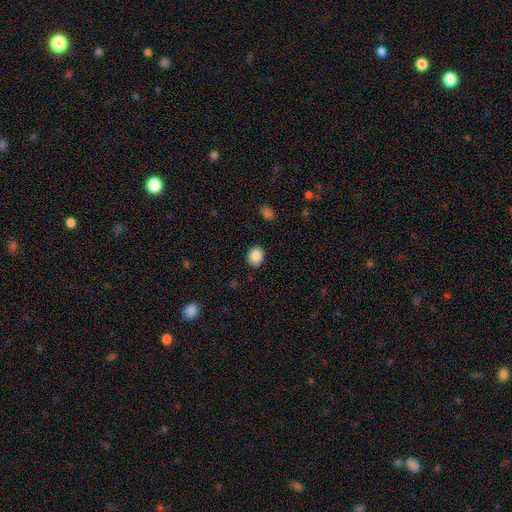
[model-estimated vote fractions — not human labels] This appears to be a smooth galaxy with no disk features (88%) that is round (52%). Merging: none (89%).